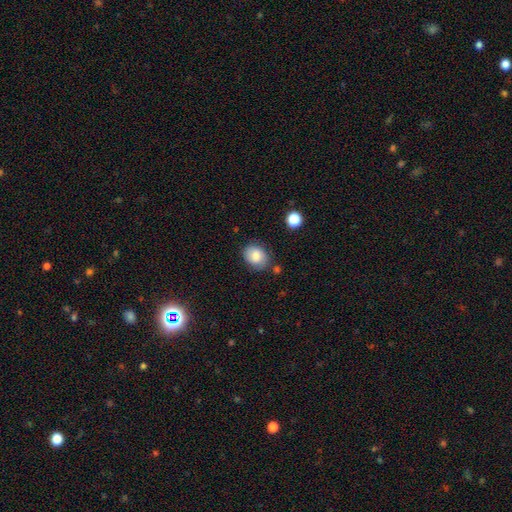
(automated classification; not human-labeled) This is clearly a smooth galaxy (81%). How rounded: possibly in between (54%). Merging: likely none (75%).